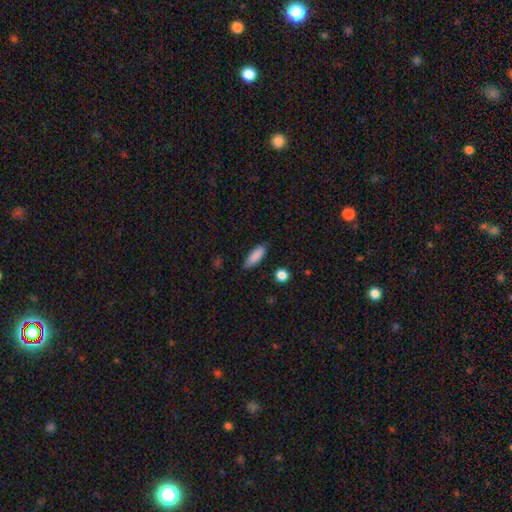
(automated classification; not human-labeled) This appears to be a smooth galaxy with no disk features (87%) that is in between round and cigar-shaped (53%). Merging: none (83%).